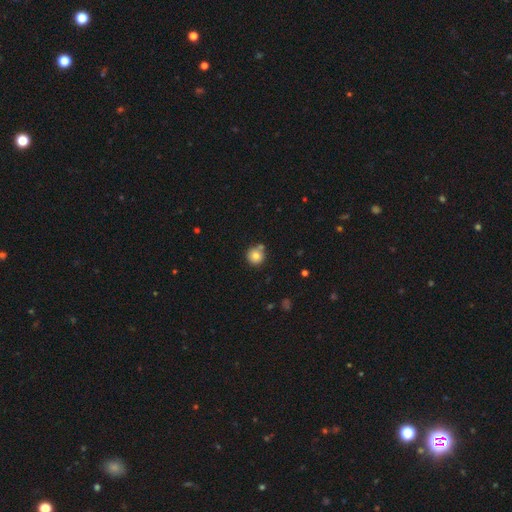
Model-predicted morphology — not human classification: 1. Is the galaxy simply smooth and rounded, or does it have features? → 79% smooth, 10% featured or disk, 10% star or artifact.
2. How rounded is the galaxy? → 93% round, 6% in between, 1% cigar-shaped.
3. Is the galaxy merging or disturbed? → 73% none, 13% merger, 12% minor disturbance, 3% major disturbance.